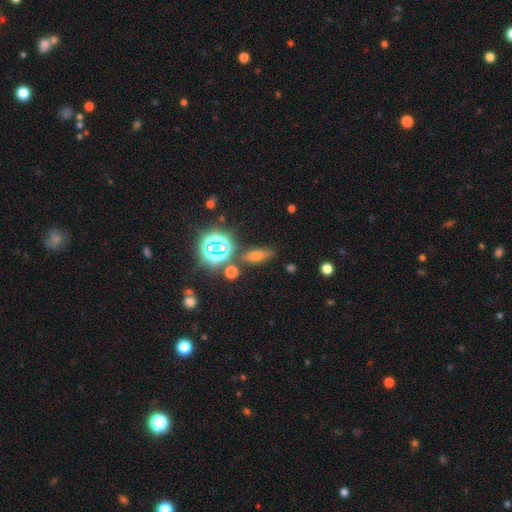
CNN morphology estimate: Overall: smooth (43%; star or artifact 38%). Merging: none (78%).